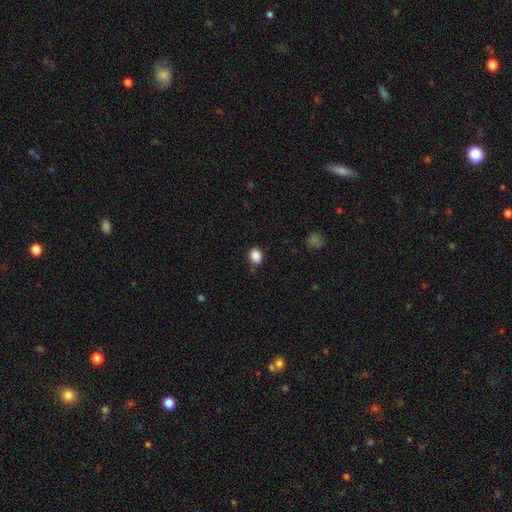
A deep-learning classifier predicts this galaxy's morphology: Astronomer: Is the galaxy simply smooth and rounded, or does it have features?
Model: smooth — 87%.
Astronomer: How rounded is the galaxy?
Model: round — 52% (runner-up: in between, 47%).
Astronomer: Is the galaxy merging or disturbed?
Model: none — 79%.